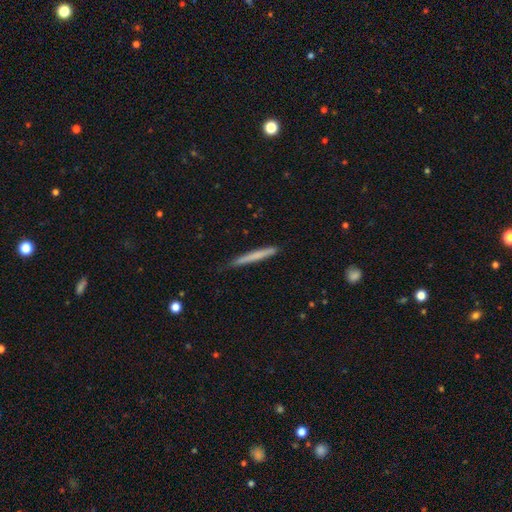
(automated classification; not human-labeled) Smooth or featured? Predicted: smooth (p=0.67). How rounded? Predicted: cigar-shaped (p=0.97). Merging? Predicted: none (p=0.84).